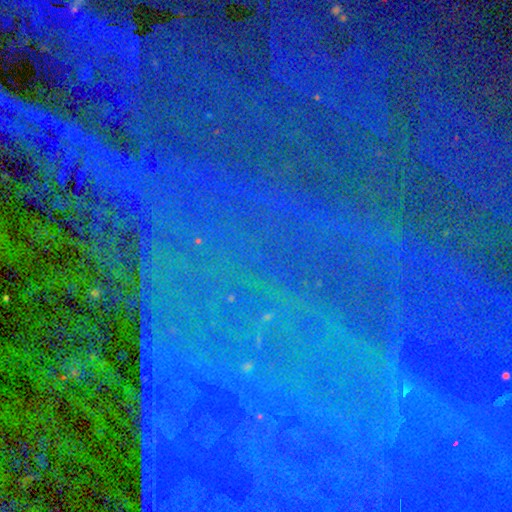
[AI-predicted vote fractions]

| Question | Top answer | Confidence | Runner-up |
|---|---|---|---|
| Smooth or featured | star or artifact | 85% | featured or disk (8%) |